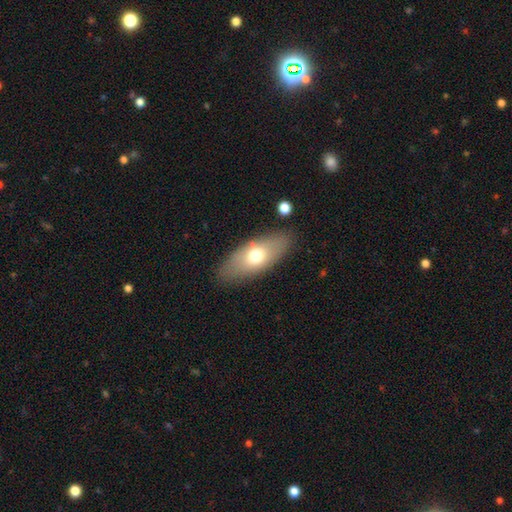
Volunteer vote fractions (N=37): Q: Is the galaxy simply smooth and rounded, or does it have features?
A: smooth — 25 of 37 (68%).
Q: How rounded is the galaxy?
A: in between — 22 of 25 (88%).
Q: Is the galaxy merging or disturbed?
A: none — 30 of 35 (86%).